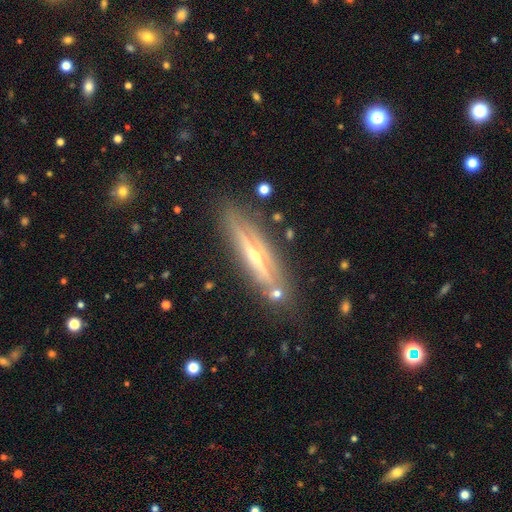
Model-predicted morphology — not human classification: smooth-or-featured: featured or disk: 78% | smooth: 15% | star or artifact: 7%
  disk-edge-on: yes: 90% | no: 10%
    edge-on-bulge: rounded: 83% | none: 14% | boxy: 4%
  merging: none: 81% | minor disturbance: 12% | merger: 3% | major disturbance: 3%